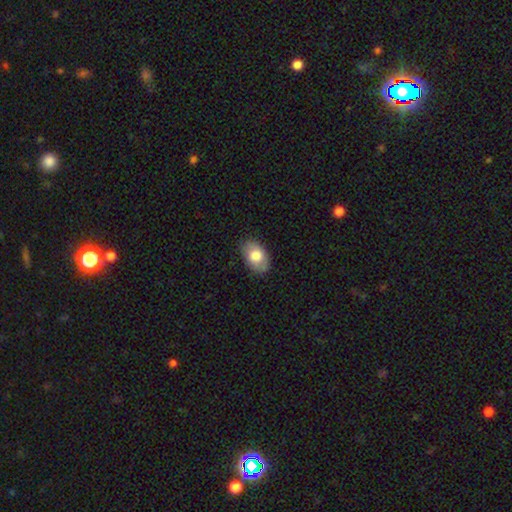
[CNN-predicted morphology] smooth_or_featured: smooth (p=0.77) [alt: featured or disk p=0.17]
how_rounded: in between (p=0.89) [alt: round p=0.09]
merging: none (p=0.82) [alt: minor disturbance p=0.14]